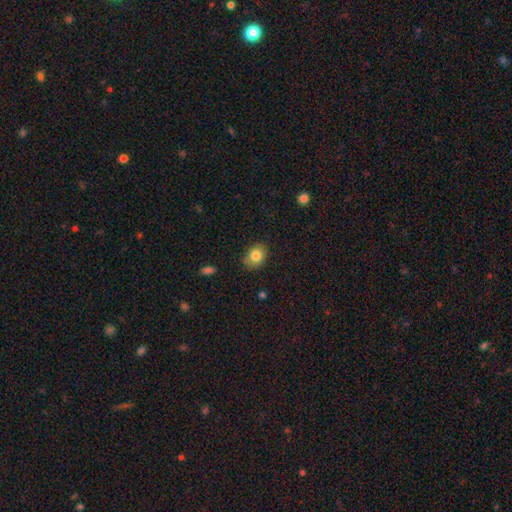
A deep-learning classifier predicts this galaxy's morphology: The model was most divided on "how rounded": in between: 64%, round: 35%, cigar-shaped: 1%. More confident: smooth or featured — smooth (82%); merging — none (81%).